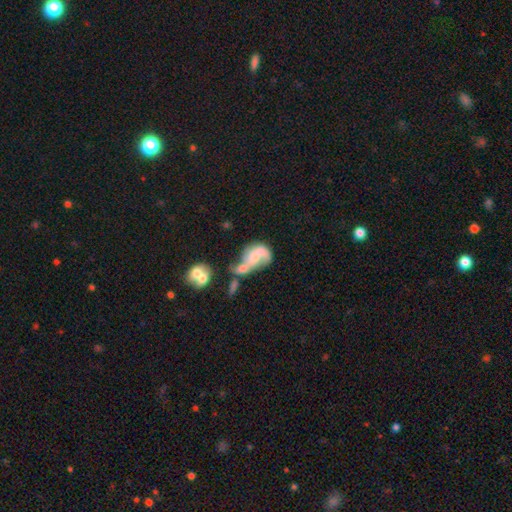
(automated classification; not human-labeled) A featured or disk galaxy (53%) with no bar (70%), spiral arms (67%) and no central bulge (50%).

Vote fractions:
- Smooth or featured? featured or disk: 53% / smooth: 38% / star or artifact: 9%
- Edge-on disk? no: 97% / yes: 3%
- Bar? no: 70% / weak: 23% / strong: 7%
- Spiral arms? yes: 67% / no: 33%
- Bulge size? none: 50% / small: 22% / moderate: 18% / large: 7% / dominant: 3%
- Merging? merger: 48% / major disturbance: 24% / none: 16% / minor disturbance: 12%